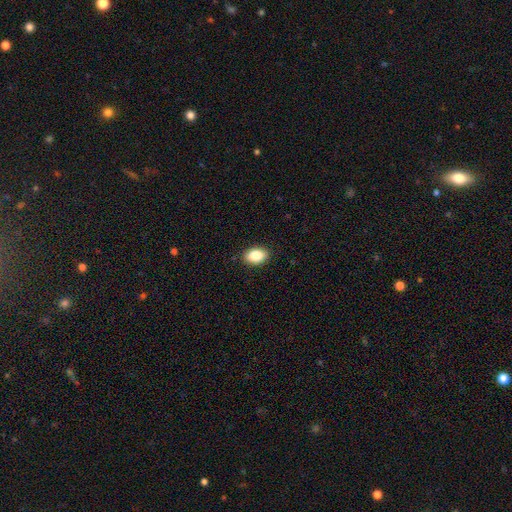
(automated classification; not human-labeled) A smooth galaxy with no disk features (86%) that is in between round and cigar-shaped (86%).

Vote fractions:
- Smooth or featured? smooth: 86% / star or artifact: 8% / featured or disk: 6%
- How rounded? in between: 86% / round: 12% / cigar-shaped: 1%
- Merging? none: 90% / minor disturbance: 8% / major disturbance: 2% / merger: 1%